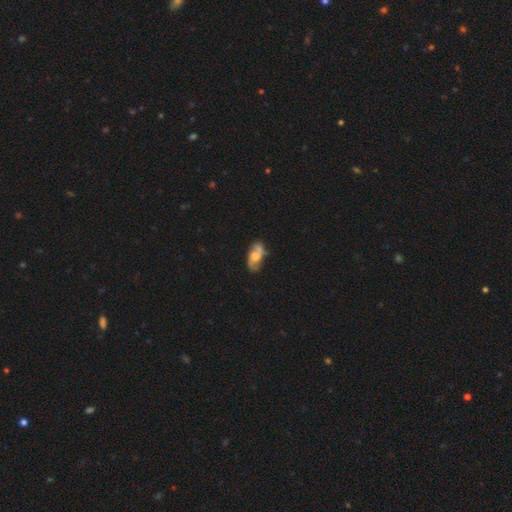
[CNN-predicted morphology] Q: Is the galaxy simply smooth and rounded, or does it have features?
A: featured or disk — 52%.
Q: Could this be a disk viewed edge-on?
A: no — 88%.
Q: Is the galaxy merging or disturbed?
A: none — 56%.